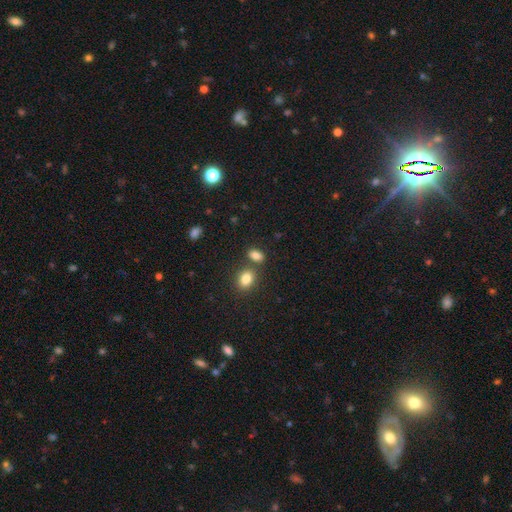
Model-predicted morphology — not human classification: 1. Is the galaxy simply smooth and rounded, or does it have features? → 83% smooth, 10% star or artifact, 6% featured or disk.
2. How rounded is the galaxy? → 84% in between, 14% round, 3% cigar-shaped.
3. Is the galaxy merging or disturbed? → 64% none, 22% merger, 11% minor disturbance, 3% major disturbance.